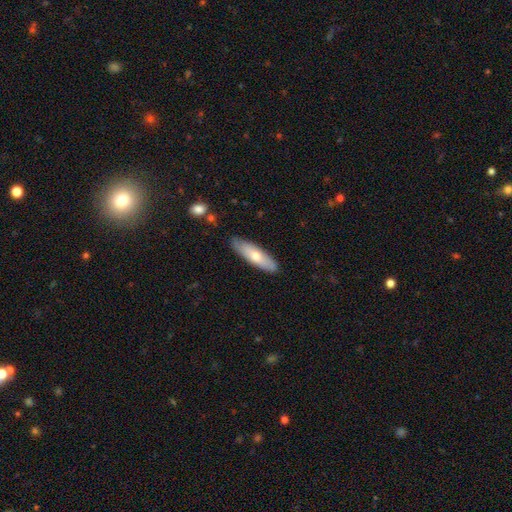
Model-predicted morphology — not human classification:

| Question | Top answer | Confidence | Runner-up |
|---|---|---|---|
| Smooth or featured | smooth | 61% | featured or disk (33%) |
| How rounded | cigar-shaped | 61% | in between (38%) |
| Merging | none | 85% | minor disturbance (11%) |